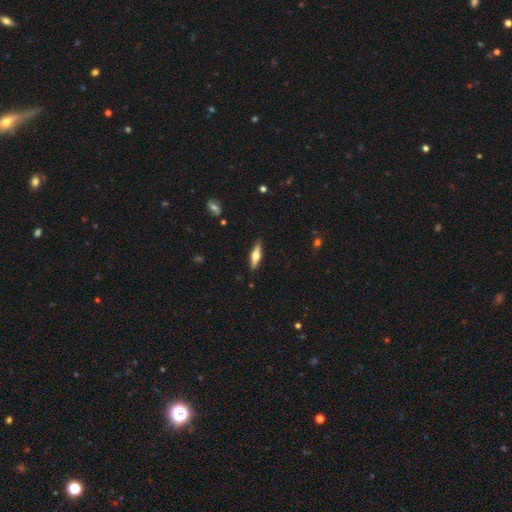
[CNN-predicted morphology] The model was most divided on "smooth or featured": featured or disk: 52%, smooth: 43%, star or artifact: 6%. More confident: edge-on disk — yes (94%); merging — none (88%).